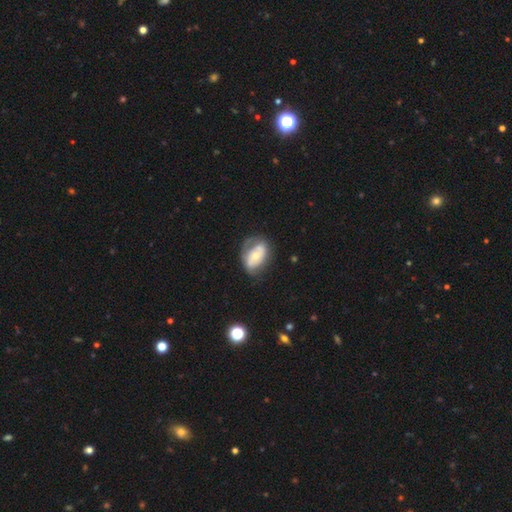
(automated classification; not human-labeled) Smooth or featured? Predicted: featured or disk (p=0.56). Edge-on disk? Predicted: no (p=0.94). Bar? Predicted: no (p=0.69). Spiral arms? Predicted: yes (p=0.52). Bulge size? Predicted: moderate (p=0.52). Merging? Predicted: none (p=0.52).